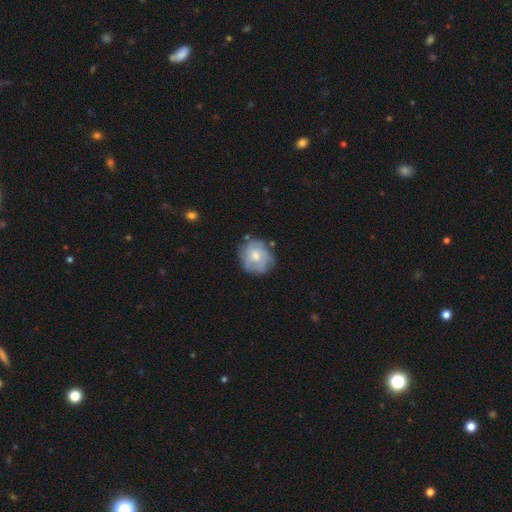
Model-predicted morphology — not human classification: The model was most divided on "smooth or featured": smooth: 50%, featured or disk: 43%, star or artifact: 7%. More confident: how rounded — round (75%); merging — none (64%).